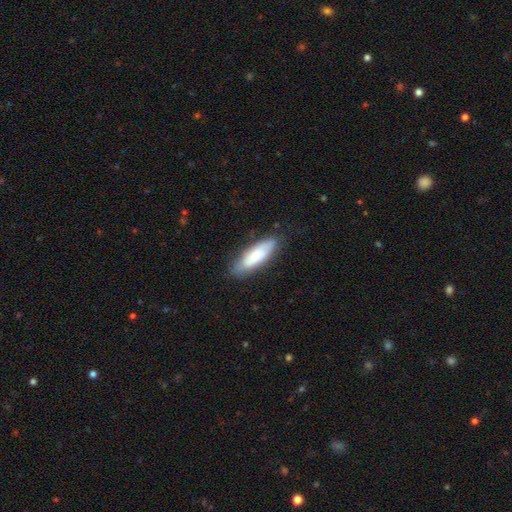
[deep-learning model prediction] Q: Smooth or featured?
A: smooth (73%); runner-up: featured or disk (22%)
Q: How rounded?
A: in between (50%); runner-up: cigar-shaped (48%)
Q: Merging?
A: none (77%); runner-up: minor disturbance (17%)